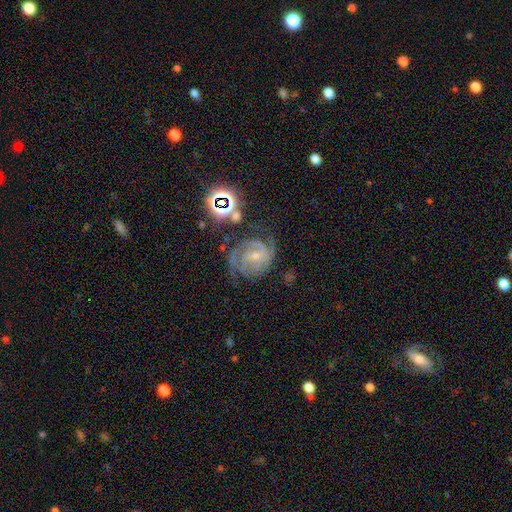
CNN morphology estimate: A featured or disk galaxy (83%) with no bar (59%), 3 (36%) tight (60%) spiral arms (97%) and a small central bulge (67%). Merging: none (60%).